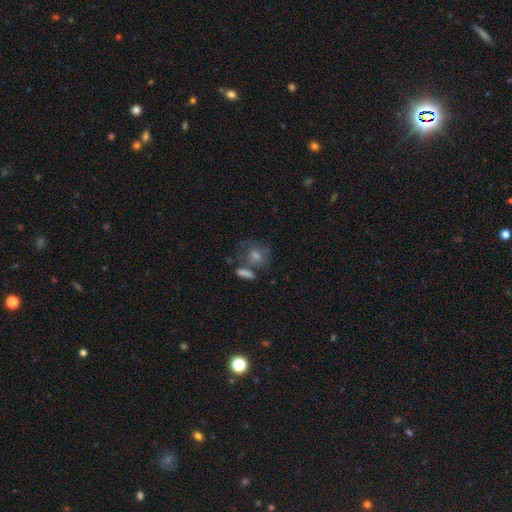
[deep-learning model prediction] smooth_or_featured: smooth (p=0.47) [alt: featured or disk p=0.36]
merging: none (p=0.50) [alt: merger p=0.20]